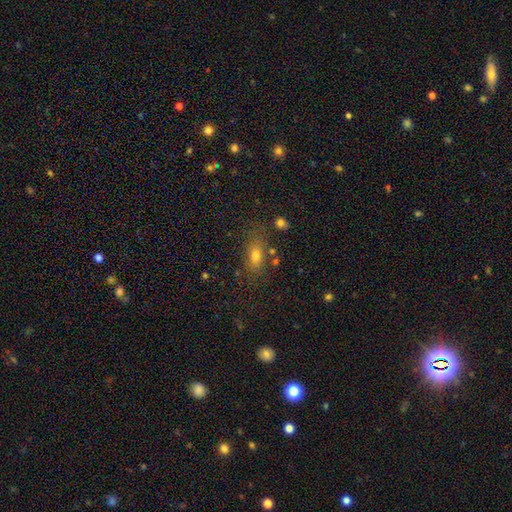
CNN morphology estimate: A smooth galaxy with no disk features (71%) that is in between round and cigar-shaped (77%).

Vote fractions:
- Smooth or featured? smooth: 71% / star or artifact: 15% / featured or disk: 14%
- How rounded? in between: 77% / round: 12% / cigar-shaped: 11%
- Merging? none: 74% / minor disturbance: 15% / merger: 6% / major disturbance: 6%